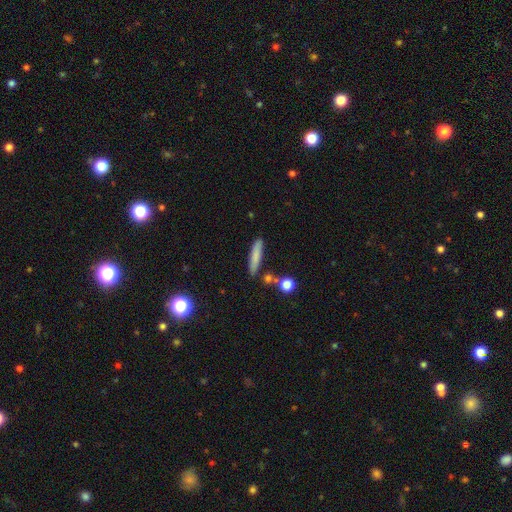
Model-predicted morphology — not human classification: smooth-or-featured: smooth: 77% | featured or disk: 16% | star or artifact: 7%
  how-rounded: cigar-shaped: 85% | in between: 13% | round: 2%
  merging: none: 81% | minor disturbance: 11% | merger: 5% | major disturbance: 3%